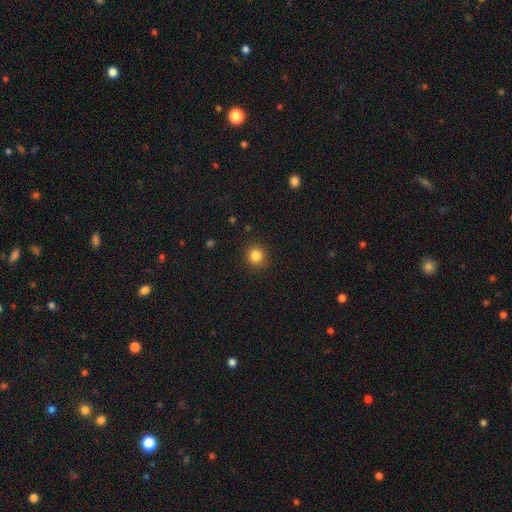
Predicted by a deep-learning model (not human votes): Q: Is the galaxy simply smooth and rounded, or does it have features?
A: smooth — 84%.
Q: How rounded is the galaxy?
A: round — 91%.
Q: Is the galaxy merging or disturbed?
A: none — 91%.